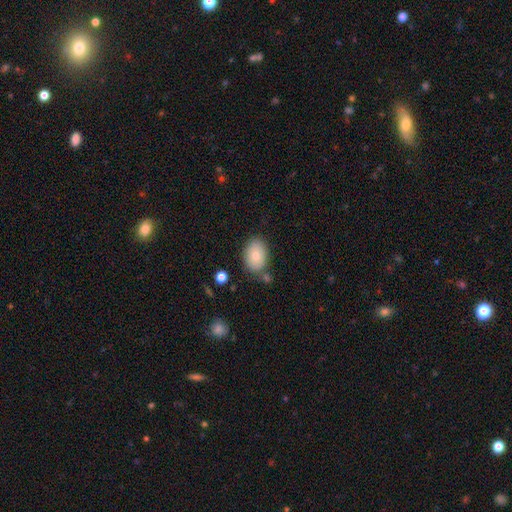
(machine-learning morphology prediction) Overall: smooth (76%). How rounded: in between (76%). Merging: none (76%).